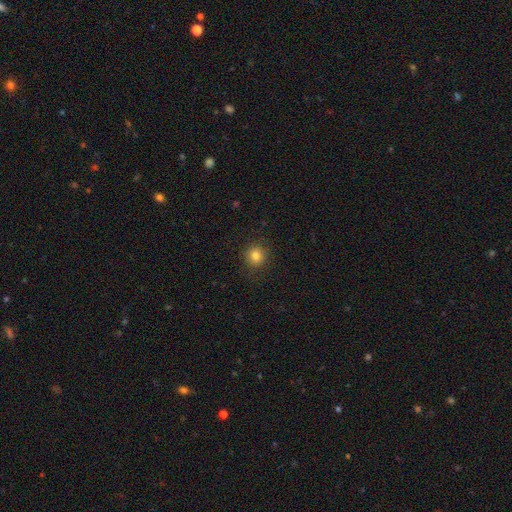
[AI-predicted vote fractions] This is clearly a smooth galaxy (82%). How rounded: clearly round (91%). Merging: clearly none (90%).